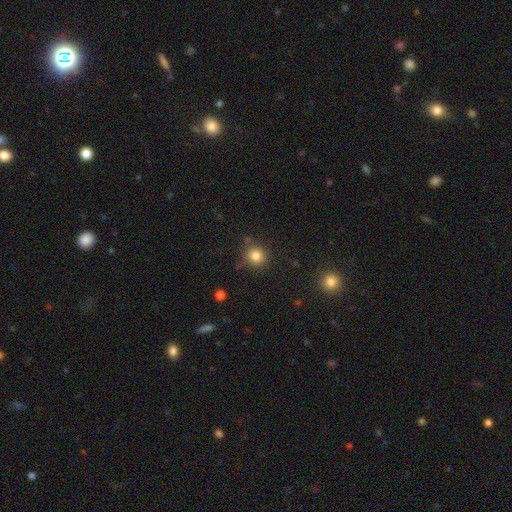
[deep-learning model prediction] A smooth galaxy with no disk features (82%) that is round (88%).

Vote fractions:
- Smooth or featured? smooth: 82% / star or artifact: 12% / featured or disk: 6%
- How rounded? round: 88% / in between: 11% / cigar-shaped: 1%
- Merging? none: 83% / minor disturbance: 10% / merger: 4% / major disturbance: 3%